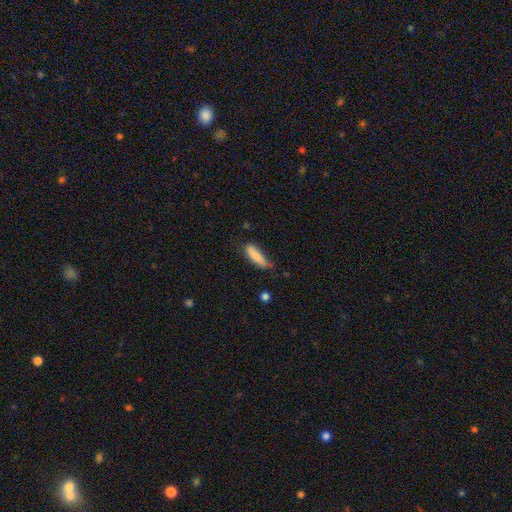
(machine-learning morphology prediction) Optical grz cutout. It shows a smooth galaxy with no disk features (78%) that is cigar-shaped (62%). Merging: none (61%).